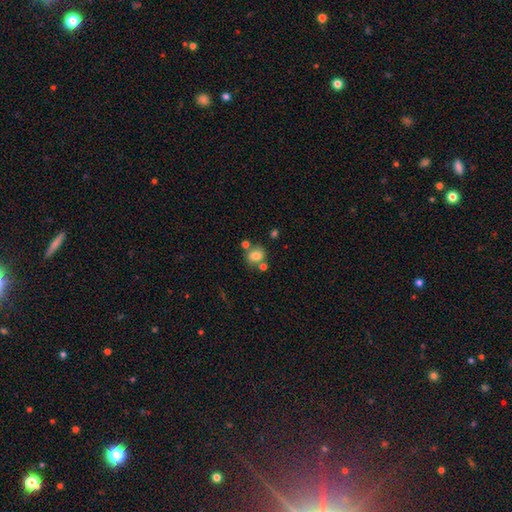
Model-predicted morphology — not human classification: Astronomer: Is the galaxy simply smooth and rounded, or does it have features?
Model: smooth — 77%.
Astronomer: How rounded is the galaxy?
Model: round — 56% (runner-up: in between, 43%).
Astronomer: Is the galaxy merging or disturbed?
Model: none — 58%.